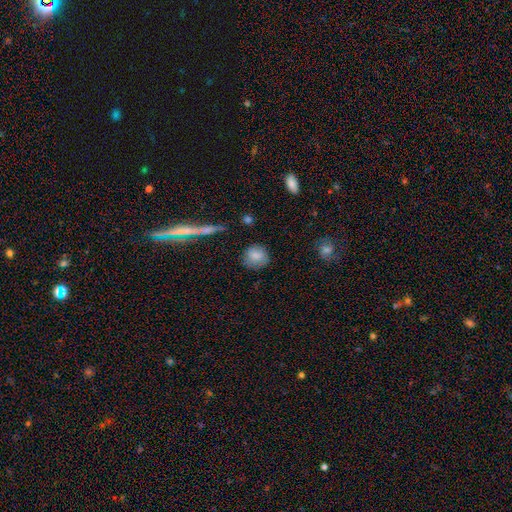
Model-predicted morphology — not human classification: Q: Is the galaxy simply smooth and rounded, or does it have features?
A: smooth — 83%.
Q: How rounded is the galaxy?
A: round — 86%.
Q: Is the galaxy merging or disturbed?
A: none — 81%.